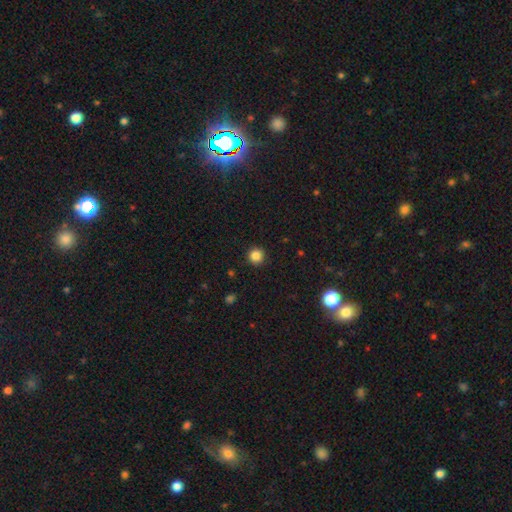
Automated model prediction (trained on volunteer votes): smooth-or-featured: smooth: 85% | star or artifact: 11% | featured or disk: 3%
  how-rounded: round: 95% | in between: 4% | cigar-shaped: 1%
  merging: none: 92% | minor disturbance: 5% | major disturbance: 2% | merger: 1%